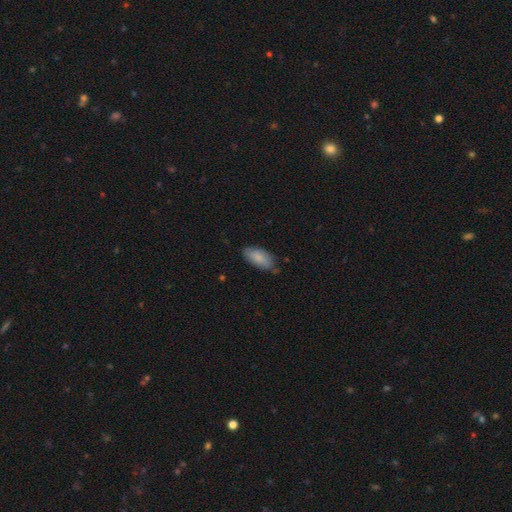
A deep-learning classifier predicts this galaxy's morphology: A smooth galaxy with no disk features (83%) that is in between round and cigar-shaped (89%). Merging: none (75%).